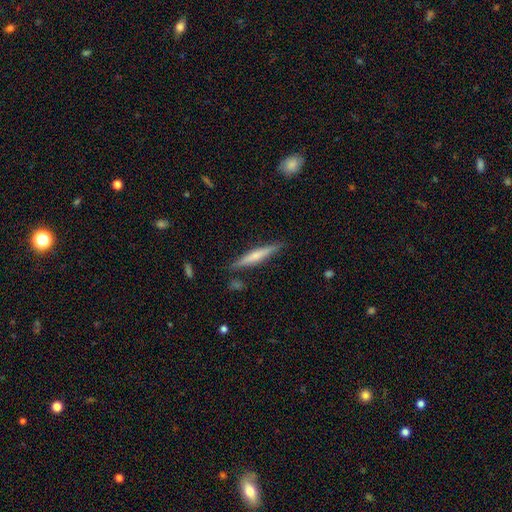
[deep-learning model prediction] Morphology: type=smooth (48%); merging=none (86%).